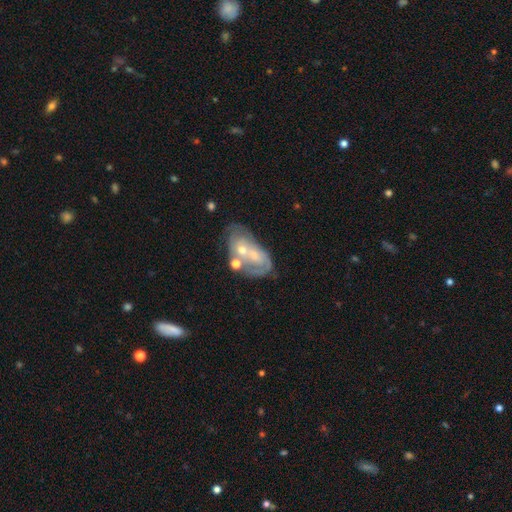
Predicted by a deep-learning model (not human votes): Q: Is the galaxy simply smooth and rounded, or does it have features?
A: featured or disk — 62%.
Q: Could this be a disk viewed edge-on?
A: no — 96%.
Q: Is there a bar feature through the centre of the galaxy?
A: no — 72%.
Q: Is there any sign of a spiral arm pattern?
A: yes — 55%.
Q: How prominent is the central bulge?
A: small — 53%.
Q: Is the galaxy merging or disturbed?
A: merger — 42%.